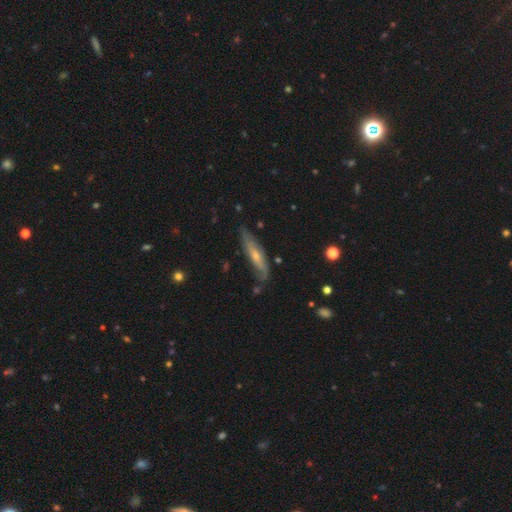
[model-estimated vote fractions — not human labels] The model was most divided on "smooth or featured": featured or disk: 62%, smooth: 30%, star or artifact: 7%. More confident: merging — none (71%); edge-on disk — yes (67%).